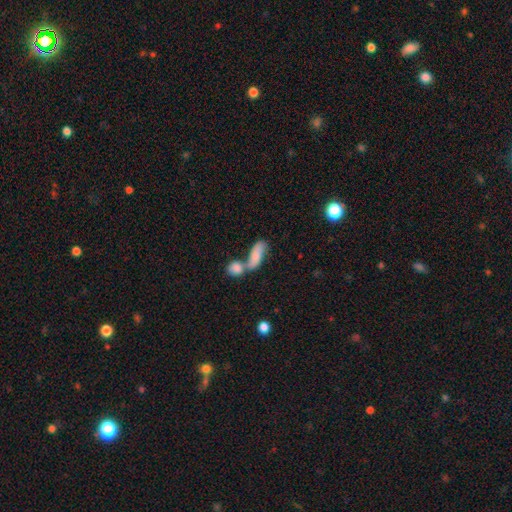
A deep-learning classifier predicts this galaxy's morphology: A smooth galaxy with no disk features (75%) that is in between round and cigar-shaped (69%).

Vote fractions:
- Smooth or featured? smooth: 75% / featured or disk: 18% / star or artifact: 7%
- How rounded? in between: 69% / cigar-shaped: 25% / round: 6%
- Merging? merger: 63% / none: 23% / minor disturbance: 9% / major disturbance: 6%